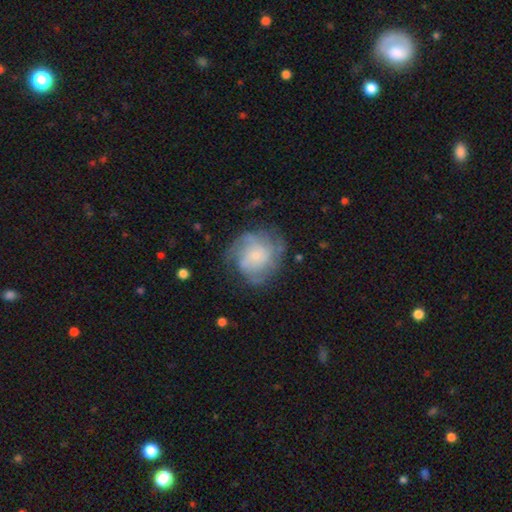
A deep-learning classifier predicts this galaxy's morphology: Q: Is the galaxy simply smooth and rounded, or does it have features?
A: featured or disk — 66%.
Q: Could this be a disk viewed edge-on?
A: no — 98%.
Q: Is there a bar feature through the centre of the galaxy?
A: no — 77%.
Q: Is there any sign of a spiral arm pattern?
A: yes — 84%.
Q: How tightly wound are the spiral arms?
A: tight — 44%.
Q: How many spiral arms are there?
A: can't tell — 38%.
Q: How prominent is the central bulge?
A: small — 70%.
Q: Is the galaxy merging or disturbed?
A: none — 61%.